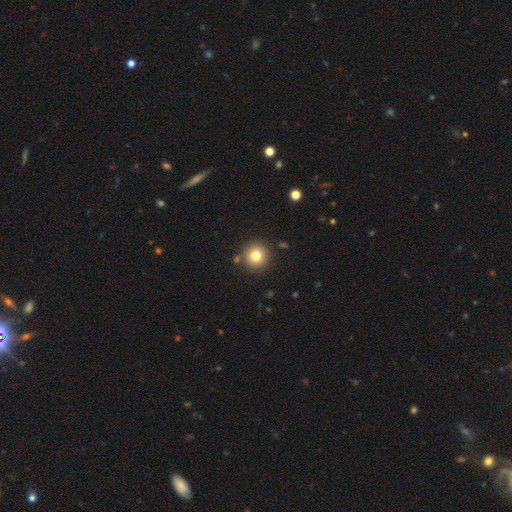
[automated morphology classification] Smooth or featured: smooth — 79% (star or artifact — 12%)
How rounded: round — 95% (in between — 4%)
Merging: none — 88% (minor disturbance — 7%)